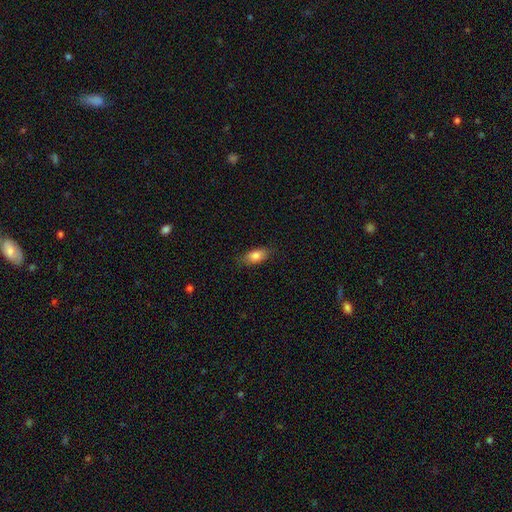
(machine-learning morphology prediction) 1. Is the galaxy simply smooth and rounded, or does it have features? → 82% smooth, 10% featured or disk, 8% star or artifact.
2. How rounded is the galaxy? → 86% in between, 9% cigar-shaped, 5% round.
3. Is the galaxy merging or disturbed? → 82% none, 14% minor disturbance, 3% major disturbance, 1% merger.